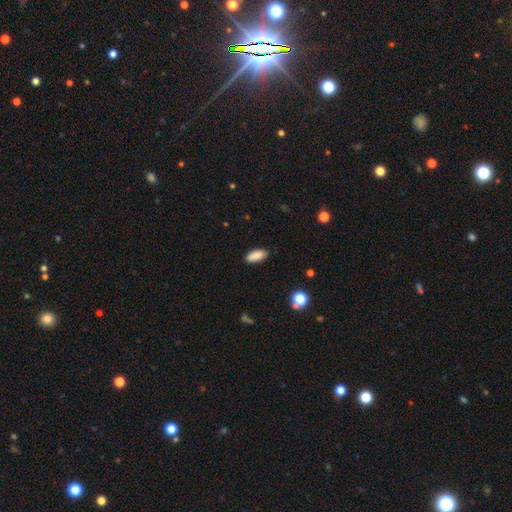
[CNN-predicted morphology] This is clearly a smooth galaxy (89%). How rounded: clearly in between (83%). Merging: clearly none (87%).